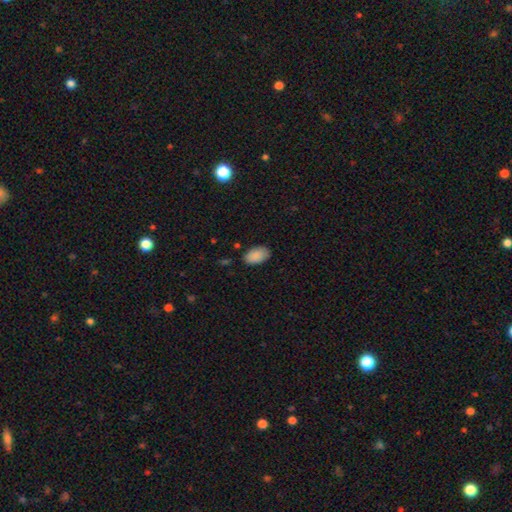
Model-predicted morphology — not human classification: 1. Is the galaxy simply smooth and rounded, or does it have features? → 89% smooth, 7% star or artifact, 4% featured or disk.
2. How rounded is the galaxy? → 94% in between, 5% round, 1% cigar-shaped.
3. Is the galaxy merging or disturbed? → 83% none, 13% minor disturbance, 2% major disturbance, 1% merger.